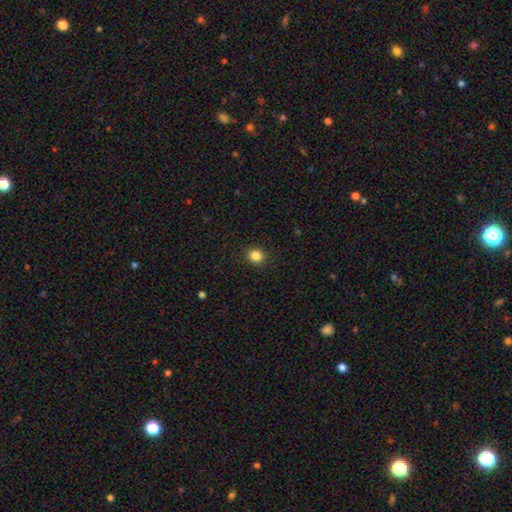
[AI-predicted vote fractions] Smooth or featured: smooth — 85% (star or artifact — 11%)
How rounded: round — 80% (in between — 19%)
Merging: none — 91% (minor disturbance — 6%)